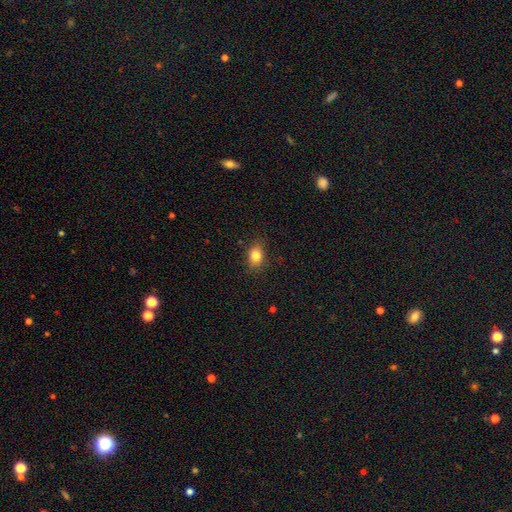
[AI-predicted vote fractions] Smooth or featured: smooth — 82% (star or artifact — 10%)
How rounded: in between — 71% (round — 27%)
Merging: none — 83% (minor disturbance — 13%)